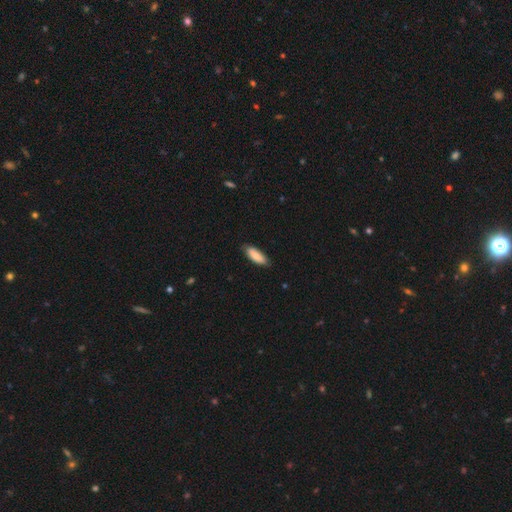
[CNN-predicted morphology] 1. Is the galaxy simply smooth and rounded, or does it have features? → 85% smooth, 10% featured or disk, 6% star or artifact.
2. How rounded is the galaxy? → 65% in between, 34% cigar-shaped, 2% round.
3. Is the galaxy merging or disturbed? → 82% none, 15% minor disturbance, 2% major disturbance, 1% merger.